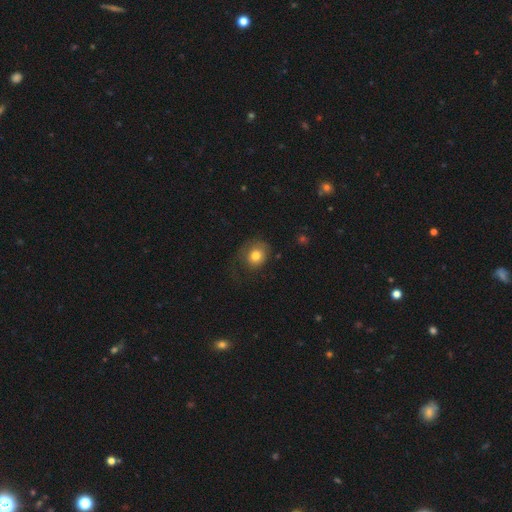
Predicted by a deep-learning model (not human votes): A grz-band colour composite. It shows a smooth galaxy with no disk features (77%) that is round (75%). Merging: none (59%).